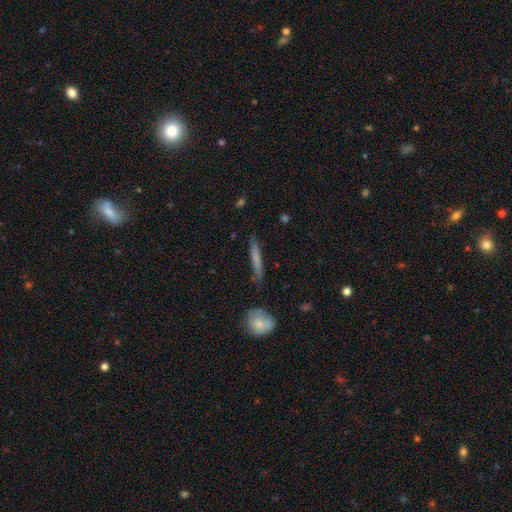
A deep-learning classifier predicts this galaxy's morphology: The model was most divided on "smooth or featured": smooth: 64%, featured or disk: 29%, star or artifact: 7%. More confident: how rounded — cigar-shaped (93%); merging — none (82%).